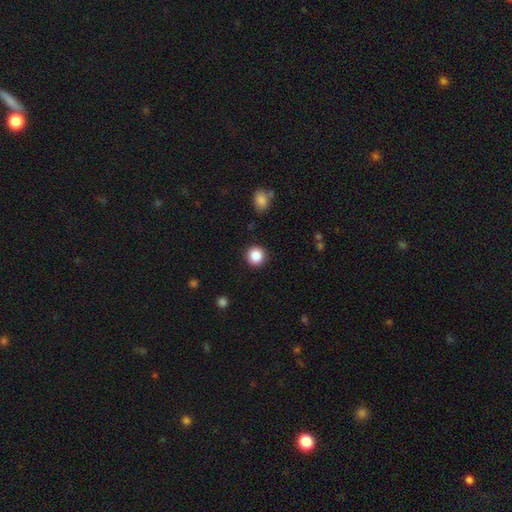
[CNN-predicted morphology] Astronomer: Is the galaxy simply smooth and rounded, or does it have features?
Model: smooth — 87%.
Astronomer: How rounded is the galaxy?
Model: round — 92%.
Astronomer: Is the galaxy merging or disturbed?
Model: none — 90%.